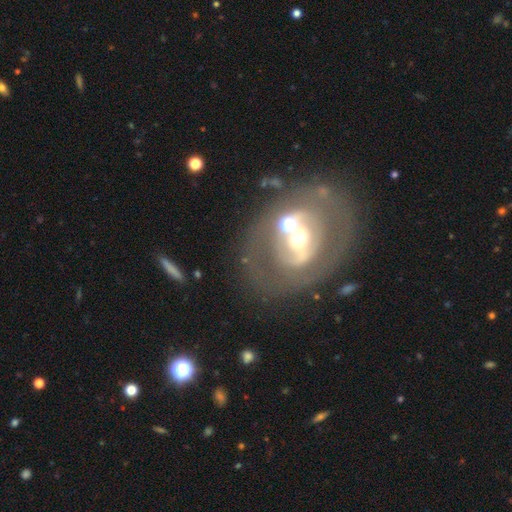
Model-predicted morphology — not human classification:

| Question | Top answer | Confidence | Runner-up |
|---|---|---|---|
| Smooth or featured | featured or disk | 71% | smooth (20%) |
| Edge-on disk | no | 94% | yes (6%) |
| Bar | no | 57% | weak (26%) |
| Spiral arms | no | 65% | yes (35%) |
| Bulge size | moderate | 54% | small (29%) |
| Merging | none | 61% | minor disturbance (15%) |